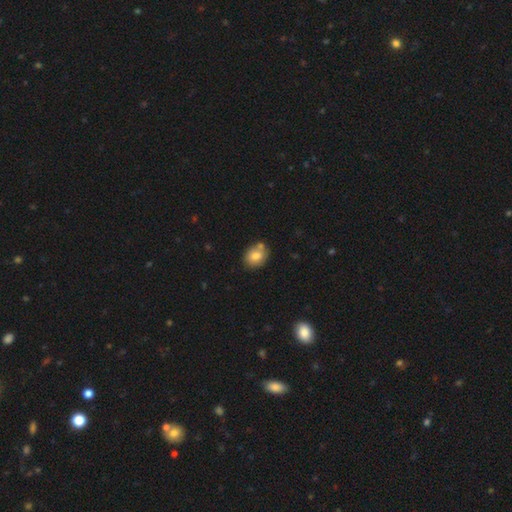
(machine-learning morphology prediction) smooth_or_featured: smooth (p=0.79) [alt: featured or disk p=0.12]
how_rounded: in between (p=0.56) [alt: round p=0.43]
merging: none (p=0.63) [alt: merger p=0.18]